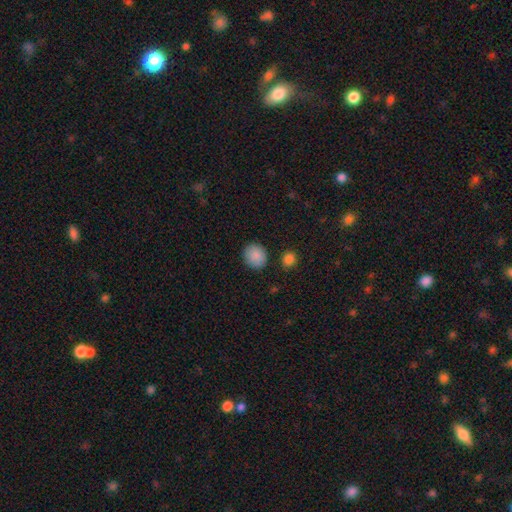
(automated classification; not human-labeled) Q: Smooth or featured?
A: smooth (88%); runner-up: star or artifact (8%)
Q: How rounded?
A: round (76%); runner-up: in between (23%)
Q: Merging?
A: none (85%); runner-up: minor disturbance (10%)